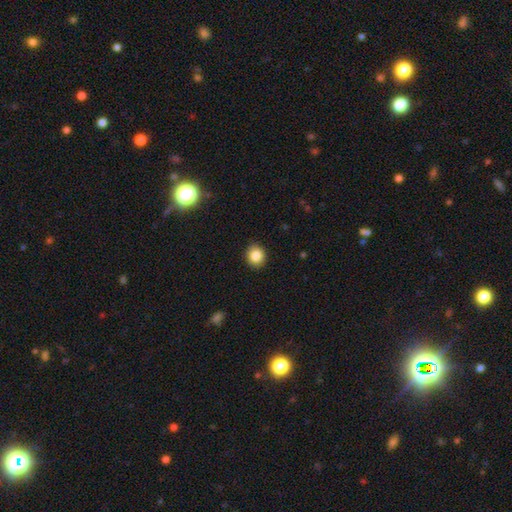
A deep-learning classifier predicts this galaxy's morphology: Smooth or featured?
  - smooth: 86% *
  - star or artifact: 9%
  - featured or disk: 5%
How rounded?
  - round: 75% *
  - in between: 24%
  - cigar-shaped: 1%
Merging?
  - none: 90% *
  - minor disturbance: 7%
  - major disturbance: 2%
  - merger: 1%